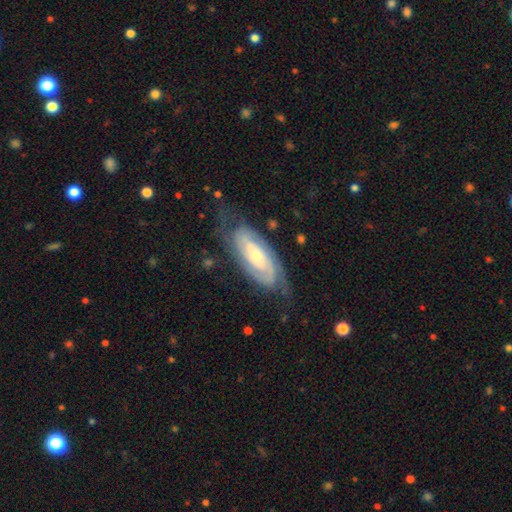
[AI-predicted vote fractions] Q: Smooth or featured?
A: featured or disk (85%); runner-up: smooth (10%)
Q: Edge-on disk?
A: no (92%); runner-up: yes (8%)
Q: Bar?
A: no (53%); runner-up: weak (33%)
Q: Spiral arms?
A: yes (96%); runner-up: no (4%)
Q: Spiral winding?
A: tight (65%); runner-up: medium (28%)
Q: Spiral arm count?
A: 2 (66%); runner-up: can't tell (18%)
Q: Bulge size?
A: small (54%); runner-up: moderate (39%)
Q: Merging?
A: none (70%); runner-up: minor disturbance (20%)